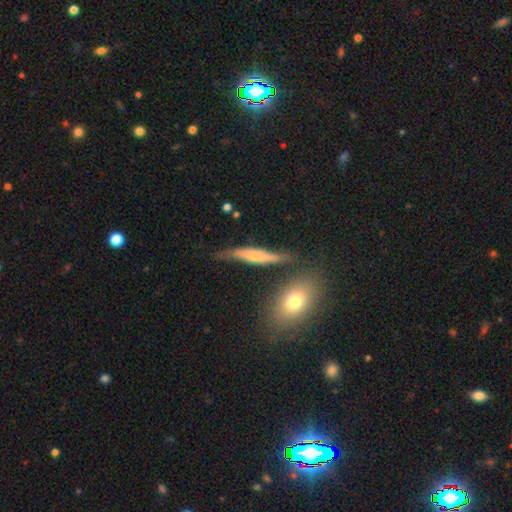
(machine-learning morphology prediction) This is possibly a featured or disk galaxy (48%). Merging: likely none (64%).